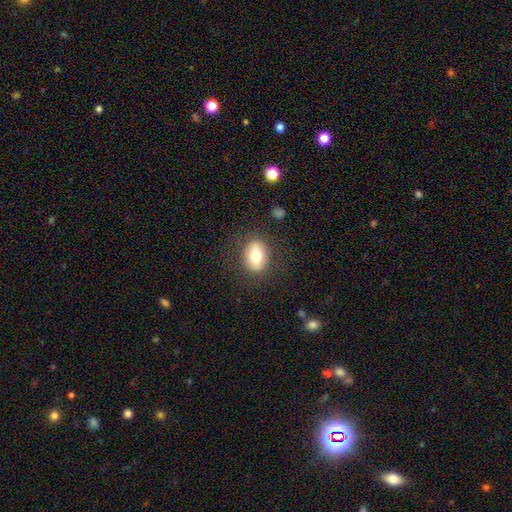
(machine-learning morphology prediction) Smooth or featured?
  - smooth: 65% *
  - featured or disk: 27%
  - star or artifact: 8%
How rounded?
  - in between: 72% *
  - round: 26%
  - cigar-shaped: 3%
Merging?
  - none: 82% *
  - minor disturbance: 11%
  - major disturbance: 5%
  - merger: 1%